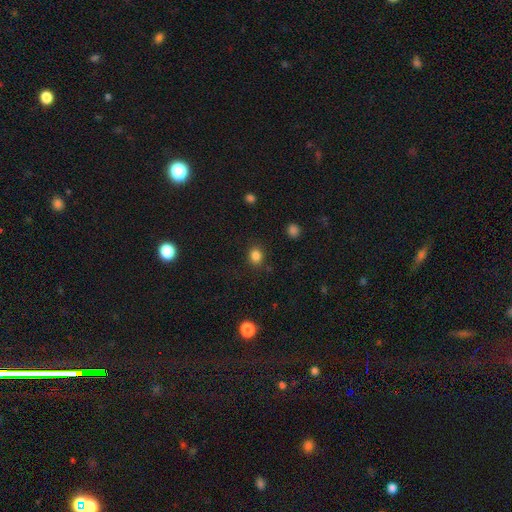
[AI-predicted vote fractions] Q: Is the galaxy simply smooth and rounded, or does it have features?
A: smooth — 84%.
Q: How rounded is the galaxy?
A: round — 68%.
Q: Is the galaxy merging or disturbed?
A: none — 85%.